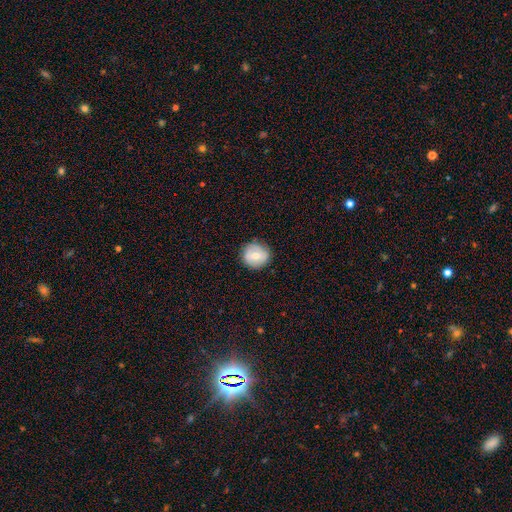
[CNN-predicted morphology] Smooth or featured: smooth — 58% (featured or disk — 34%)
How rounded: round — 90% (in between — 9%)
Merging: none — 83% (minor disturbance — 13%)